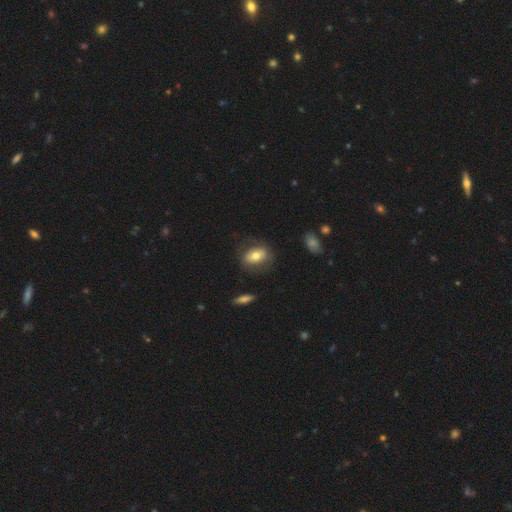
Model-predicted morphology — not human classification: A smooth galaxy with no disk features (64%) that is in between round and cigar-shaped (74%). Merging: none (73%).